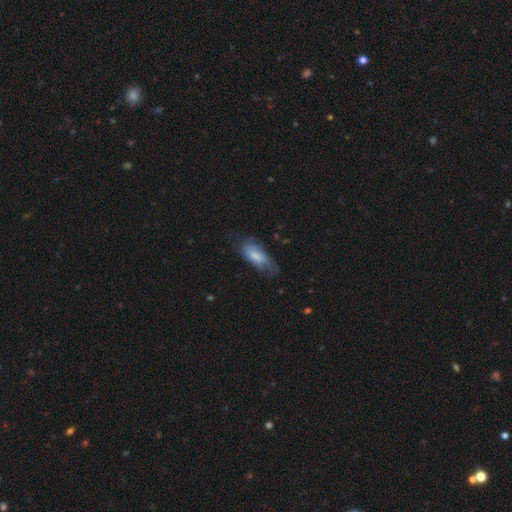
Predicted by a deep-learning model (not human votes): Smooth or featured? Predicted: smooth (p=0.64). How rounded? Predicted: in between (p=0.81). Merging? Predicted: none (p=0.49).